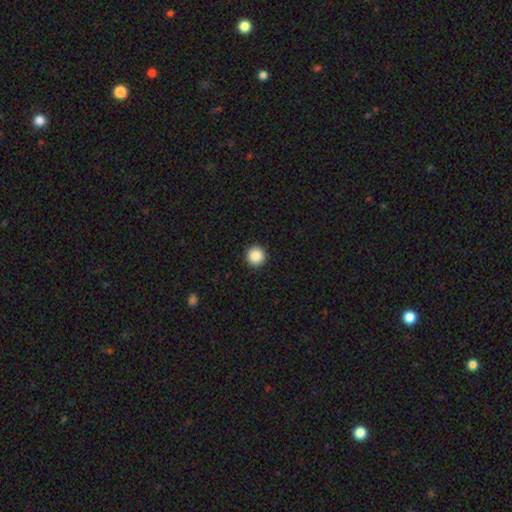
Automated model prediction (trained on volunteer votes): smooth-or-featured: smooth: 88% | star or artifact: 9% | featured or disk: 3%
  how-rounded: round: 96% | in between: 3% | cigar-shaped: 1%
  merging: none: 93% | minor disturbance: 4% | major disturbance: 1% | merger: 1%